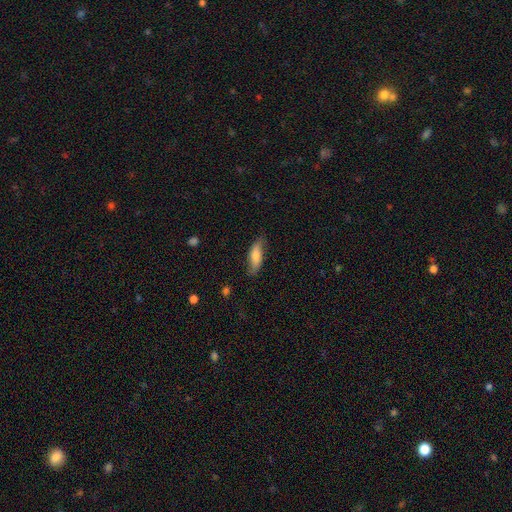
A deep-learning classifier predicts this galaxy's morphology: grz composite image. It shows a smooth galaxy with no disk features (72%) that is in between round and cigar-shaped (59%). Merging: none (74%).